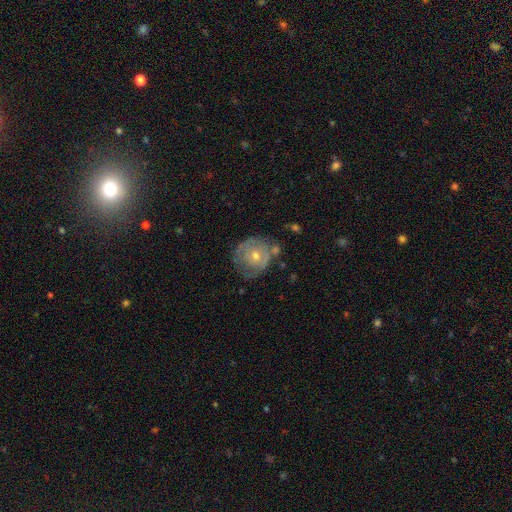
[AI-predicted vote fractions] featured or disk 64%, smooth 27%, star or artifact 8%. Down the decision tree: edge-on disk — no (97%); bar — no (81%); spiral arms — yes (63%); bulge size — moderate (52%); merging — none (62%).